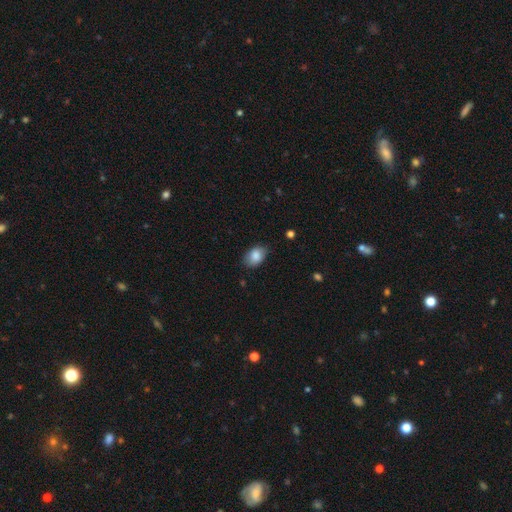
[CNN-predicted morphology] This appears to be a smooth galaxy with no disk features (84%) that is in between round and cigar-shaped (85%). Merging: none (78%).